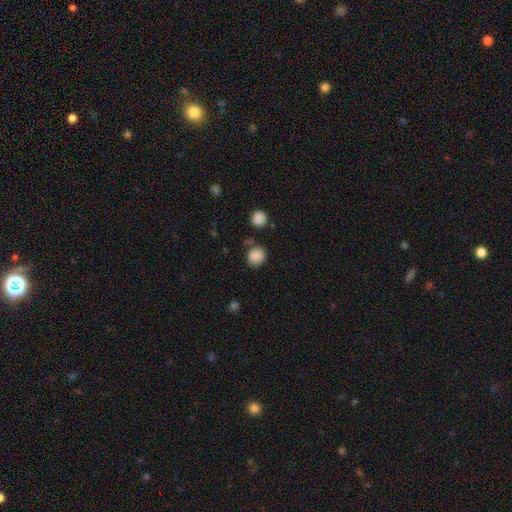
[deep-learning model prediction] Q: Smooth or featured?
A: smooth (86%); runner-up: star or artifact (10%)
Q: How rounded?
A: round (79%); runner-up: in between (20%)
Q: Merging?
A: none (73%); runner-up: minor disturbance (15%)